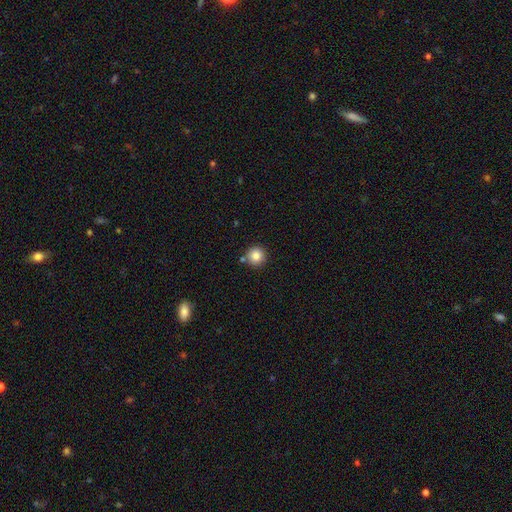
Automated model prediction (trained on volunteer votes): Morphology: type=smooth (85%); roundness=round (95%); merging=none (82%).